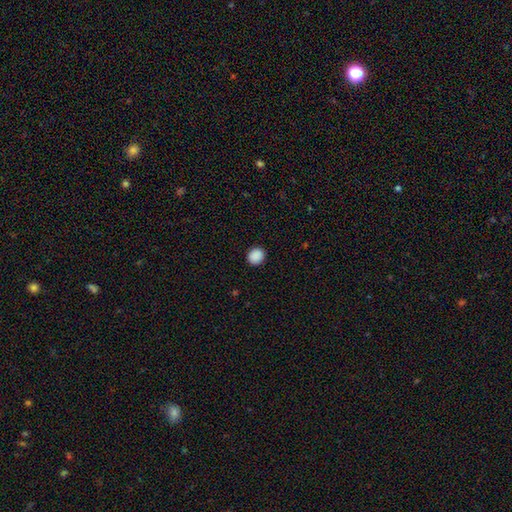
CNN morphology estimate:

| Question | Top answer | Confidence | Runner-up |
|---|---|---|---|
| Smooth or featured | smooth | 90% | star or artifact (8%) |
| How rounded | round | 74% | in between (25%) |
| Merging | none | 91% | minor disturbance (6%) |